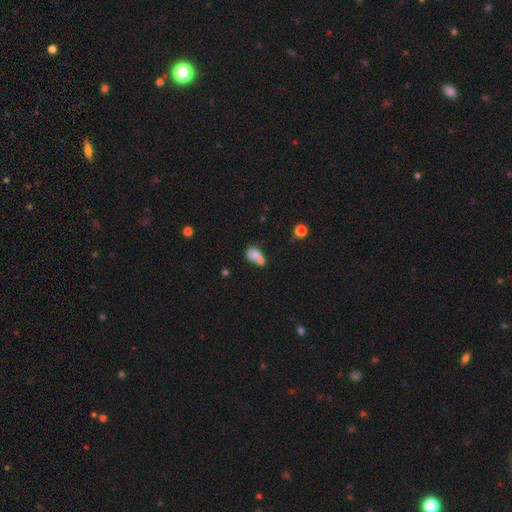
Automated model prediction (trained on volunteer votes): Smooth or featured: smooth — 72% (featured or disk — 17%)
How rounded: in between — 65% (round — 33%)
Merging: merger — 56% (none — 24%)